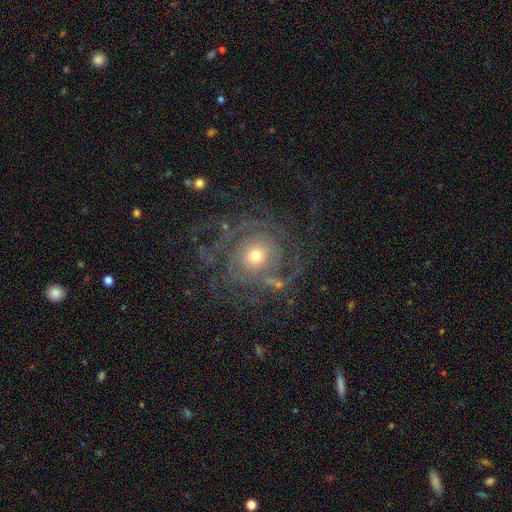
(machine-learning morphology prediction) Q: Smooth or featured?
A: featured or disk (81%); runner-up: smooth (12%)
Q: Edge-on disk?
A: no (97%); runner-up: yes (3%)
Q: Bar?
A: no (81%); runner-up: weak (14%)
Q: Spiral arms?
A: yes (89%); runner-up: no (11%)
Q: Spiral winding?
A: tight (53%); runner-up: medium (31%)
Q: Spiral arm count?
A: can't tell (30%); runner-up: 2 (24%)
Q: Bulge size?
A: moderate (53%); runner-up: small (40%)
Q: Merging?
A: none (64%); runner-up: major disturbance (19%)